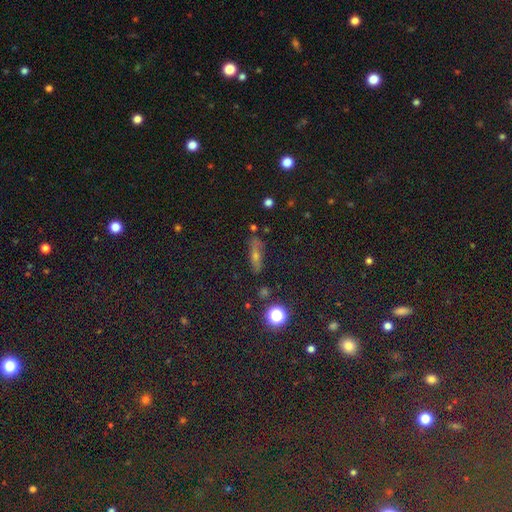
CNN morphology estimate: A smooth galaxy with no disk features (47%).

Vote fractions:
- Smooth or featured? smooth: 47% / star or artifact: 27% / featured or disk: 26%
- Merging? none: 81% / minor disturbance: 12% / major disturbance: 4% / merger: 3%